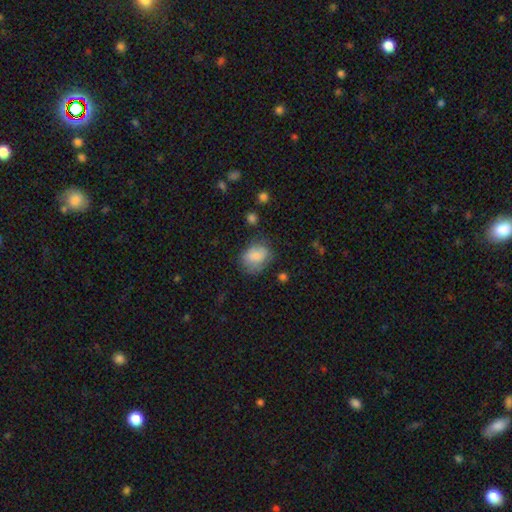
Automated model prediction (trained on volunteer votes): smooth_or_featured: smooth (p=0.79) [alt: featured or disk p=0.13]
how_rounded: in between (p=0.62) [alt: round p=0.37]
merging: none (p=0.59) [alt: minor disturbance p=0.27]